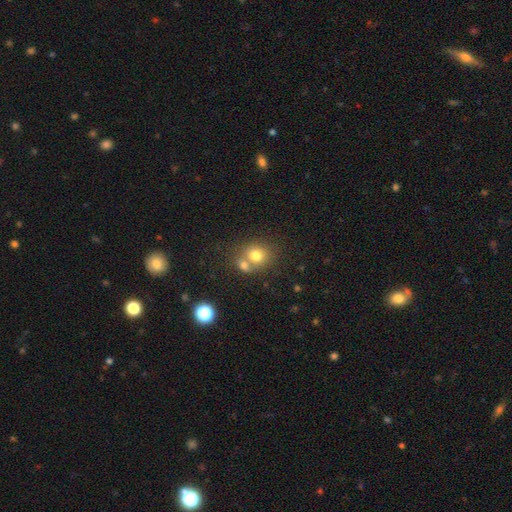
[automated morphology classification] type=smooth (75%); roundness=round (74%); merging=merger (47%).